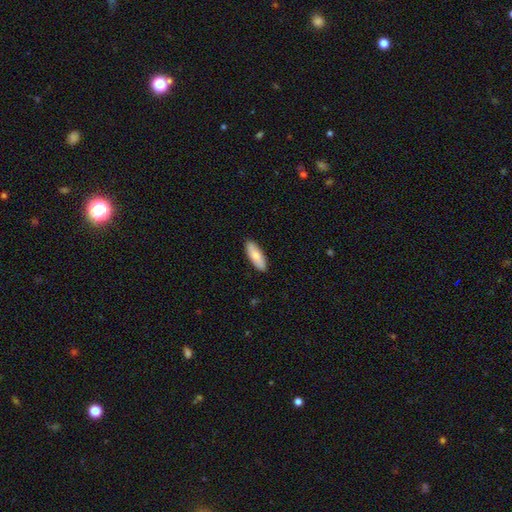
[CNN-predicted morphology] Smooth or featured?
  - smooth: 82% *
  - featured or disk: 13%
  - star or artifact: 5%
How rounded?
  - in between: 70% *
  - cigar-shaped: 29%
  - round: 2%
Merging?
  - none: 90% *
  - minor disturbance: 8%
  - major disturbance: 1%
  - merger: 1%